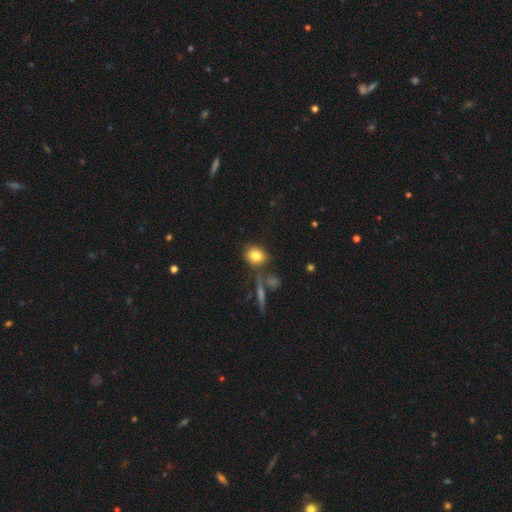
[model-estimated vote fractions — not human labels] Morphology: type=smooth (80%); roundness=round (51%); merging=none (74%).